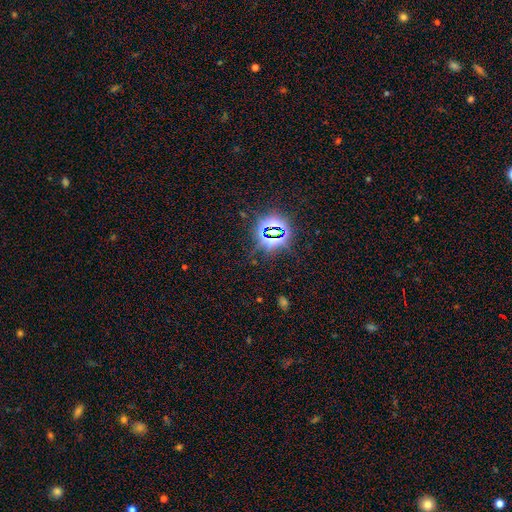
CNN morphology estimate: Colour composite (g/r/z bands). It shows a star or artifact, not a galaxy (79%).